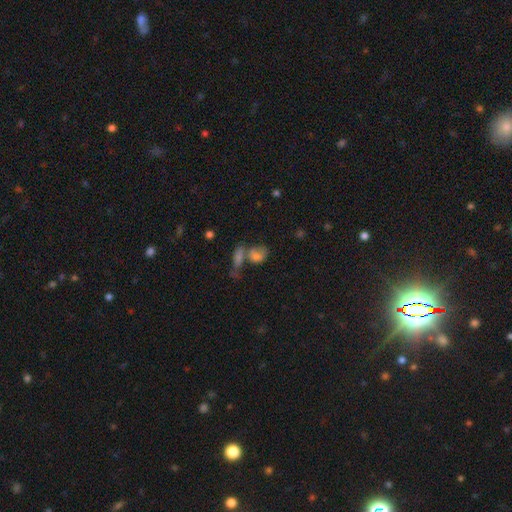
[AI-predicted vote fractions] Morphology: type=smooth (67%); roundness=in between (64%); merging=merger (44%).